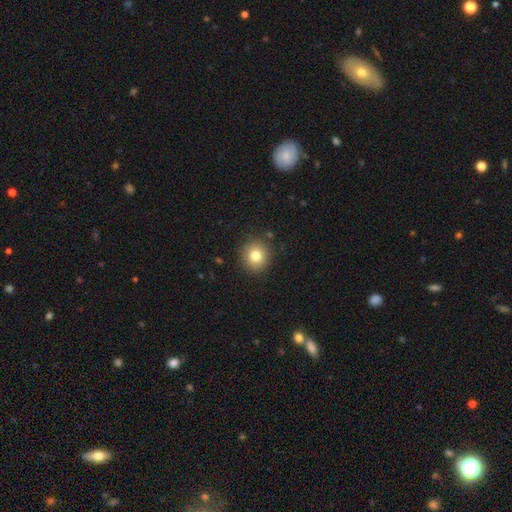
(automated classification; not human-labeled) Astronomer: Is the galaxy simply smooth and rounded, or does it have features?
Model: smooth — 80%.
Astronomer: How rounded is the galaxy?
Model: round — 89%.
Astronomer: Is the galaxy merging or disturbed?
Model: none — 89%.